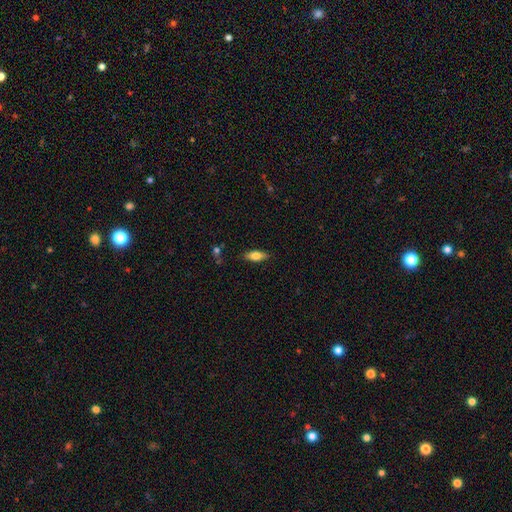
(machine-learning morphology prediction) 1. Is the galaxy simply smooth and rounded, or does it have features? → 74% smooth, 19% featured or disk, 7% star or artifact.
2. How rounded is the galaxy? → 74% in between, 24% cigar-shaped, 2% round.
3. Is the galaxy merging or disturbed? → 85% none, 11% minor disturbance, 2% major disturbance, 1% merger.